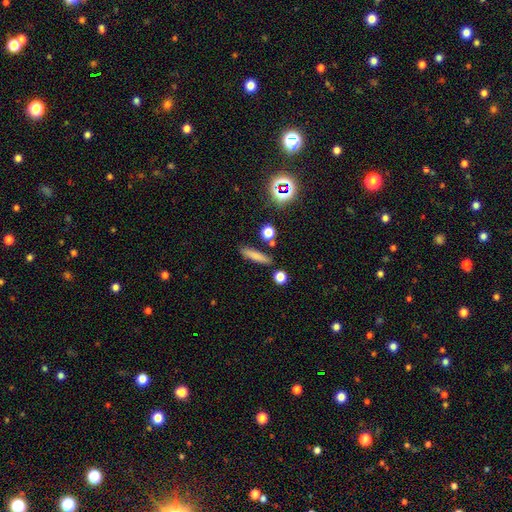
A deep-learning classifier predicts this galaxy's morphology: The model was most divided on "smooth or featured": smooth: 77%, featured or disk: 12%, star or artifact: 11%. More confident: merging — none (83%); how rounded — cigar-shaped (80%).